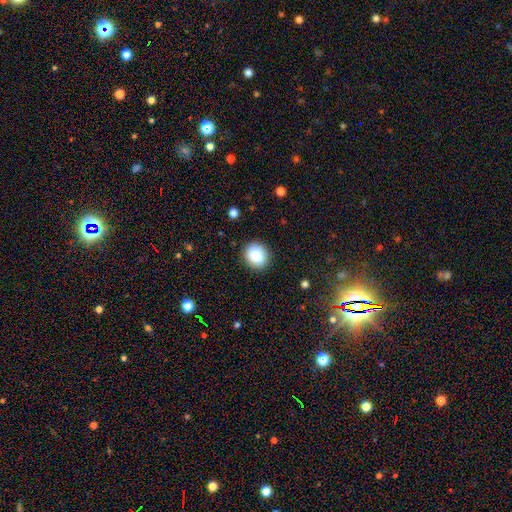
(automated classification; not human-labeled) Smooth or featured? smooth (86%)
How rounded? round (73%)
Merging? none (89%)